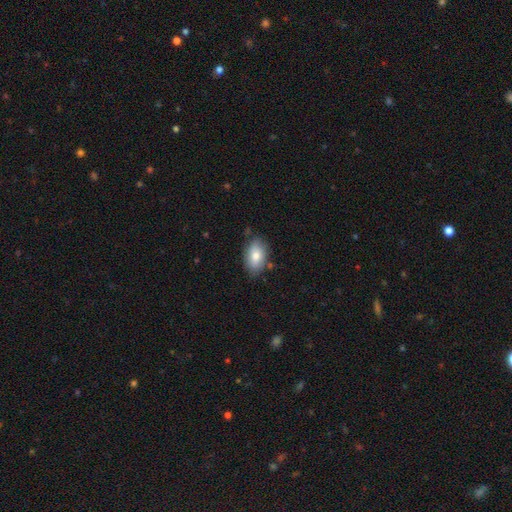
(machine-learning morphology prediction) A smooth galaxy with no disk features (79%) that is in between round and cigar-shaped (91%).

Vote fractions:
- Smooth or featured? smooth: 79% / featured or disk: 14% / star or artifact: 7%
- How rounded? in between: 91% / round: 7% / cigar-shaped: 2%
- Merging? none: 78% / minor disturbance: 16% / major disturbance: 3% / merger: 3%